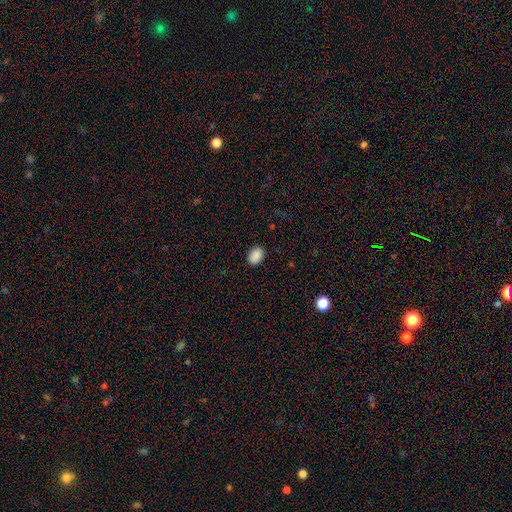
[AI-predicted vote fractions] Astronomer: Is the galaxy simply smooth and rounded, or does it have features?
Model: smooth — 89%.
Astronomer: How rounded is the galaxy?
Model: in between — 78%.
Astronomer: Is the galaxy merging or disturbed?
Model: none — 89%.